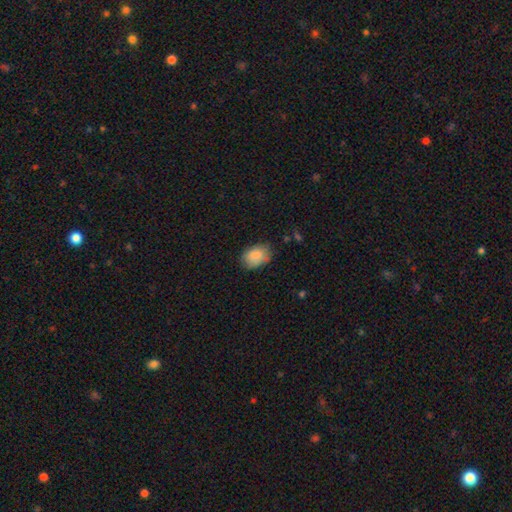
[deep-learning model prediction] Q: Smooth or featured?
A: smooth (87%); runner-up: star or artifact (7%)
Q: How rounded?
A: in between (82%); runner-up: round (17%)
Q: Merging?
A: none (74%); runner-up: minor disturbance (21%)